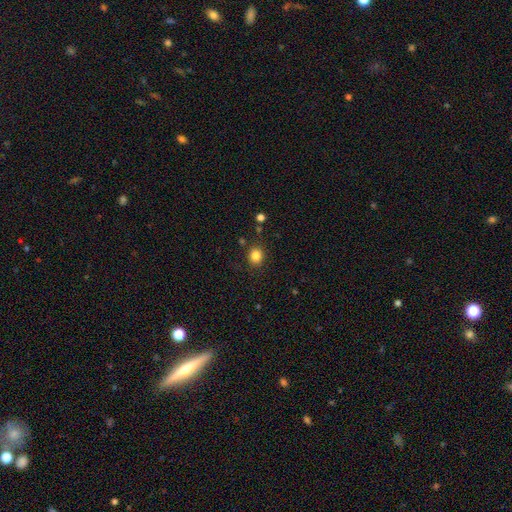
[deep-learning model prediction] Smooth or featured? Predicted: smooth (p=0.83). How rounded? Predicted: round (p=0.77). Merging? Predicted: none (p=0.86).